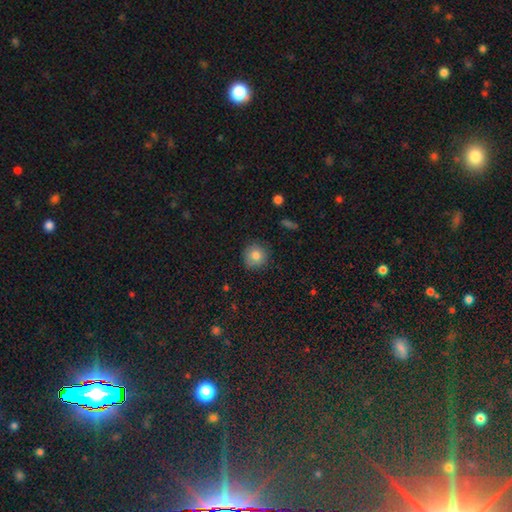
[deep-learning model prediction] smooth-or-featured: smooth: 82% | star or artifact: 10% | featured or disk: 8%
  how-rounded: round: 91% | in between: 8% | cigar-shaped: 1%
  merging: none: 85% | minor disturbance: 12% | major disturbance: 2% | merger: 1%